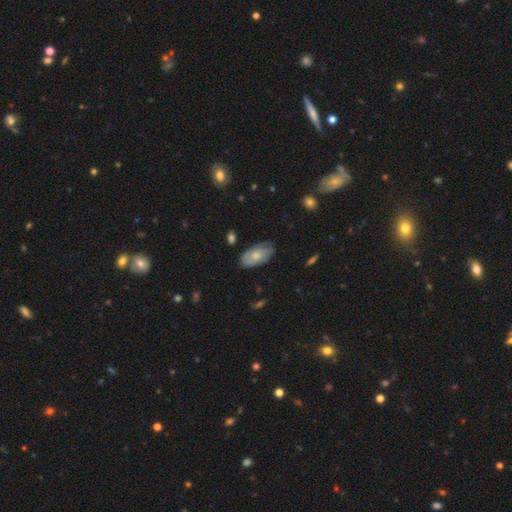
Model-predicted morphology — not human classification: Smooth or featured: smooth — 58% (featured or disk — 36%)
How rounded: in between — 93% (round — 4%)
Merging: none — 71% (minor disturbance — 23%)